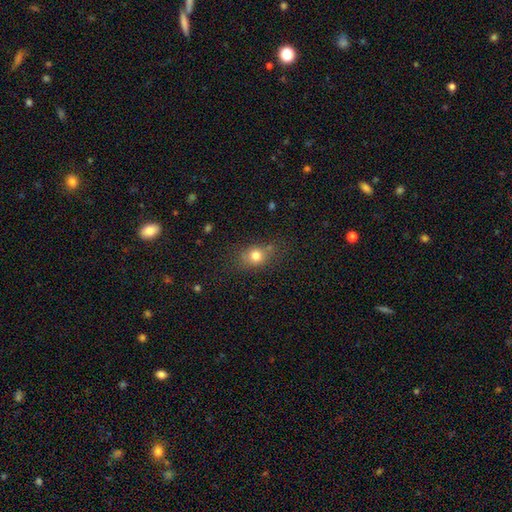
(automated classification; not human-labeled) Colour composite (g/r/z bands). It shows a smooth galaxy with no disk features (77%) that is round (56%). Merging: none (70%).